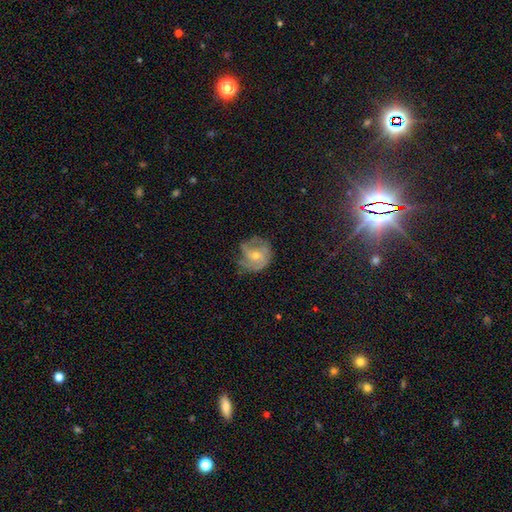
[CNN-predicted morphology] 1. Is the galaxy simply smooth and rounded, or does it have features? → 61% featured or disk, 27% smooth, 12% star or artifact.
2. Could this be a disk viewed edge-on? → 97% no, 3% yes.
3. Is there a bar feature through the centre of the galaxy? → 69% no, 25% weak, 6% strong.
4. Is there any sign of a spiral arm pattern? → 77% yes, 23% no.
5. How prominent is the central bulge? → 51% small, 45% moderate, 2% none, 1% large, 1% dominant.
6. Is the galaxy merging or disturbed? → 59% none, 26% minor disturbance, 14% major disturbance, 2% merger.